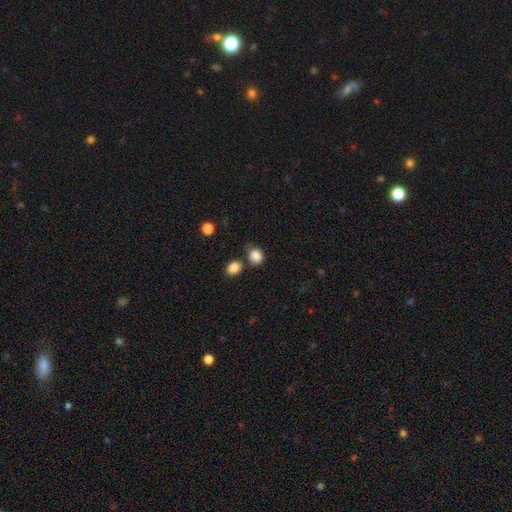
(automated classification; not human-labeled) A smooth galaxy with no disk features (87%) that is round (74%).

Vote fractions:
- Smooth or featured? smooth: 87% / star or artifact: 10% / featured or disk: 4%
- How rounded? round: 74% / in between: 26% / cigar-shaped: 1%
- Merging? none: 69% / minor disturbance: 14% / merger: 13% / major disturbance: 4%